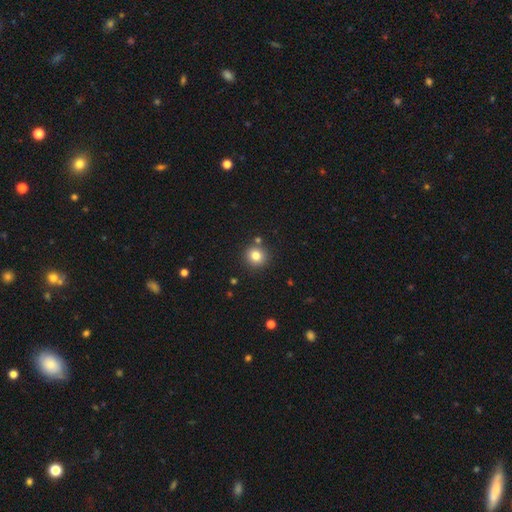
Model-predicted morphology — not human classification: The model was most divided on "smooth or featured": smooth: 80%, star or artifact: 12%, featured or disk: 7%. More confident: how rounded — round (92%); merging — none (85%).